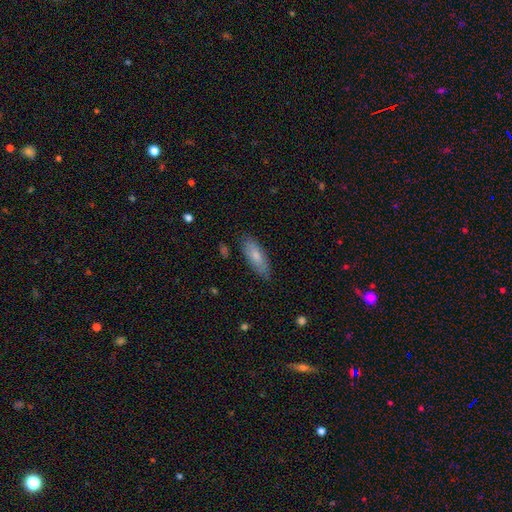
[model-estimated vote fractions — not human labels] Smooth or featured: smooth — 75% (featured or disk — 19%)
How rounded: in between — 62% (cigar-shaped — 36%)
Merging: none — 84% (minor disturbance — 13%)